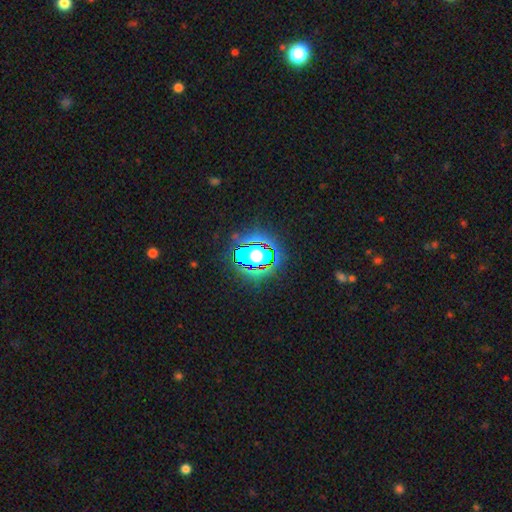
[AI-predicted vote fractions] smooth-or-featured: star or artifact: 56% | smooth: 29% | featured or disk: 15%